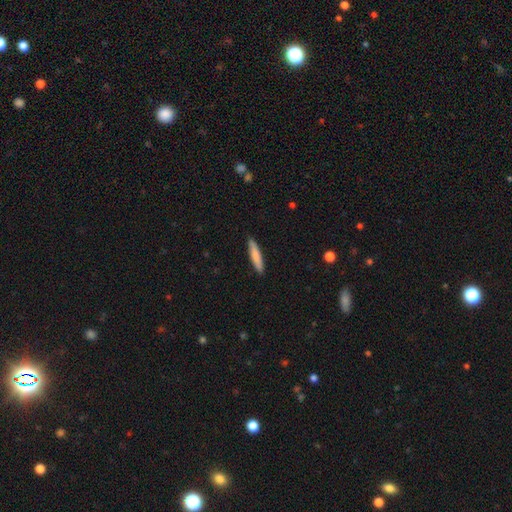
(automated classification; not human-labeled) Smooth or featured? smooth (79%)
How rounded? cigar-shaped (90%)
Merging? none (90%)